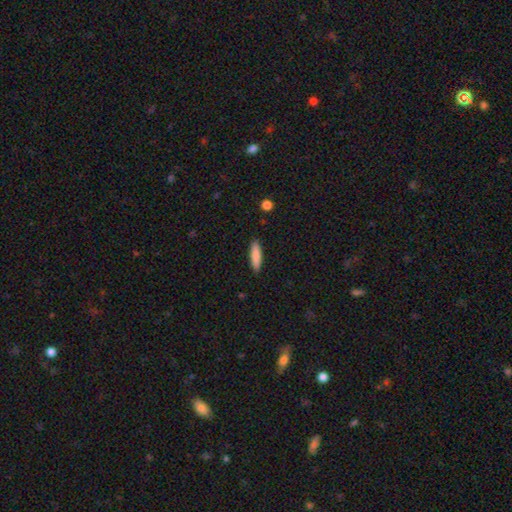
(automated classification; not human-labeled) This is clearly a smooth galaxy (85%). How rounded: likely cigar-shaped (77%). Merging: clearly none (90%).